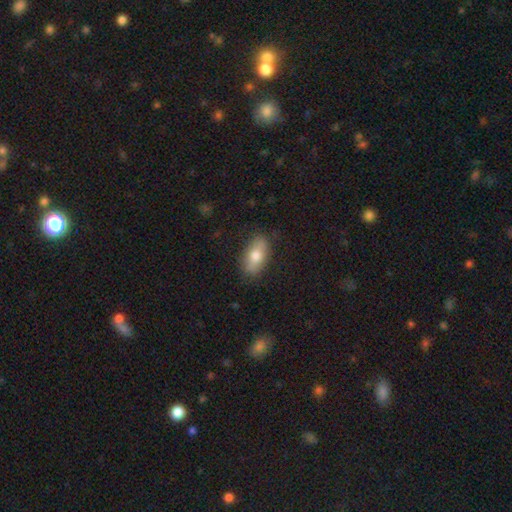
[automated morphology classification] Smooth or featured?
  - smooth: 74% *
  - featured or disk: 20%
  - star or artifact: 7%
How rounded?
  - in between: 89% *
  - cigar-shaped: 7%
  - round: 5%
Merging?
  - none: 83% *
  - minor disturbance: 13%
  - major disturbance: 3%
  - merger: 1%